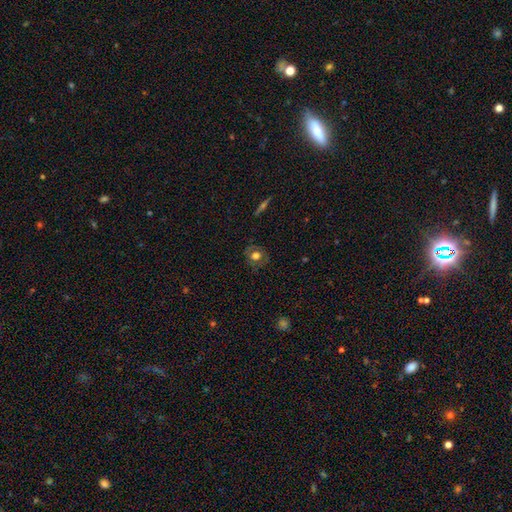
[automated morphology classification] Overall: smooth (59%; featured or disk 31%). How rounded: round (71%). Merging: none (80%).